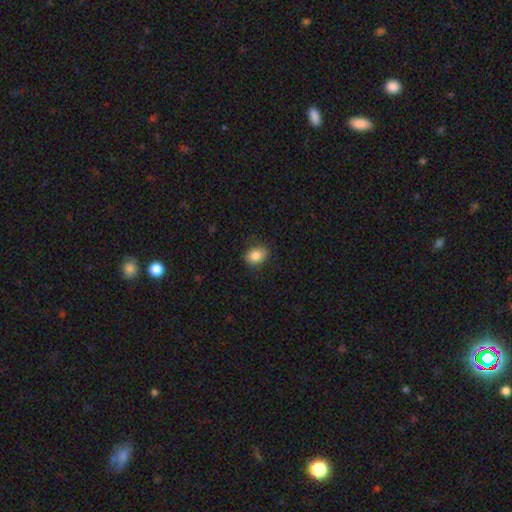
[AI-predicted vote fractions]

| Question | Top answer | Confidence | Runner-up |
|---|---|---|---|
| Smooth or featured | smooth | 85% | star or artifact (9%) |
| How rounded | in between | 63% | round (36%) |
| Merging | none | 86% | minor disturbance (11%) |